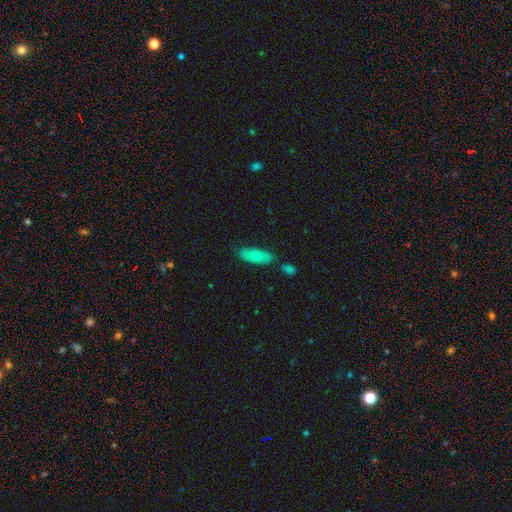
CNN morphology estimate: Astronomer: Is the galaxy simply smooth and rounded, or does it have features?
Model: smooth — 60%.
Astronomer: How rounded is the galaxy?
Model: in between — 73%.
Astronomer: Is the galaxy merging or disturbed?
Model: none — 77%.